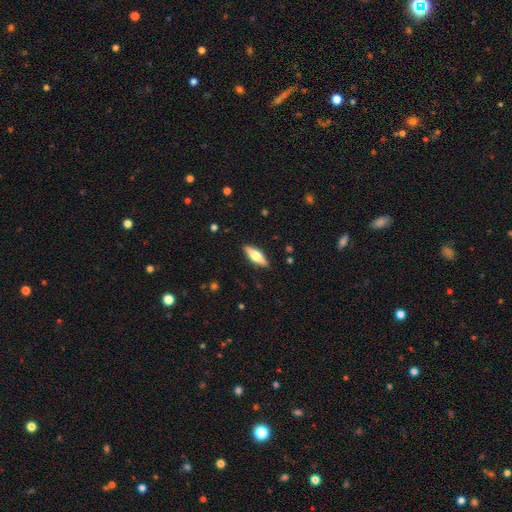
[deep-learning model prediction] Smooth or featured? Predicted: featured or disk (p=0.47, tied with smooth). Merging? Predicted: none (p=0.89).